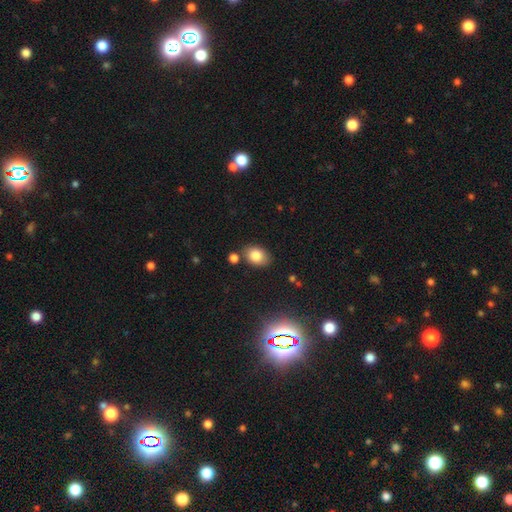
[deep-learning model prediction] smooth 82%, star or artifact 10%, featured or disk 8%. Down the decision tree: how rounded — in between (75%); merging — none (78%).